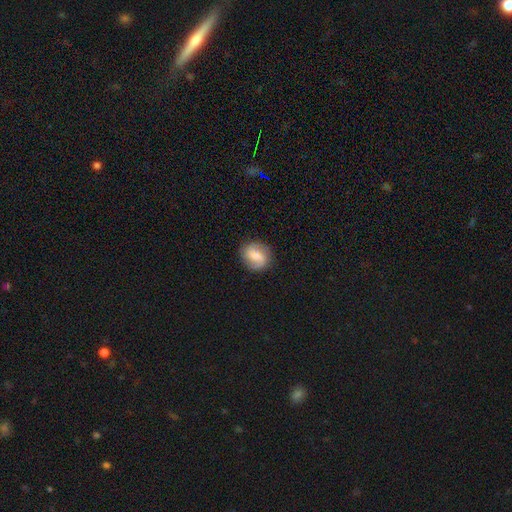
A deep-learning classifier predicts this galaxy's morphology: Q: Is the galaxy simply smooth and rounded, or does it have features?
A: featured or disk — 66%.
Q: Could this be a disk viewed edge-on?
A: no — 97%.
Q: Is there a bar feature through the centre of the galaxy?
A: weak — 52%.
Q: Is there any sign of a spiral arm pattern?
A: yes — 92%.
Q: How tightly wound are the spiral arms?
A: medium — 42%.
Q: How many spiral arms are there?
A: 2 — 86%.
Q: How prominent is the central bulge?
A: moderate — 51%.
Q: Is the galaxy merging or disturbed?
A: none — 85%.